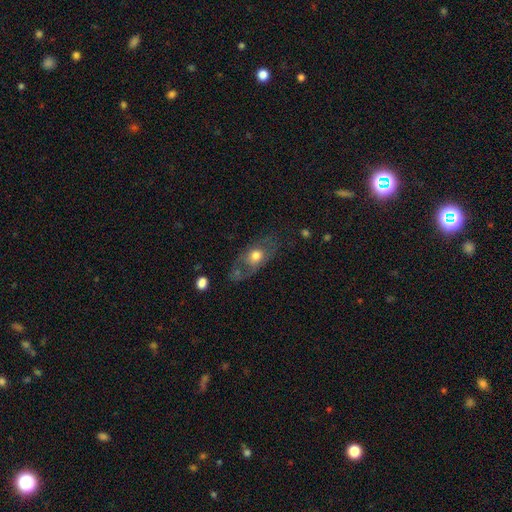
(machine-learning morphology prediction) Smooth or featured: smooth — 50% (featured or disk — 42%)
How rounded: in between — 72% (round — 22%)
Merging: none — 59% (minor disturbance — 21%)